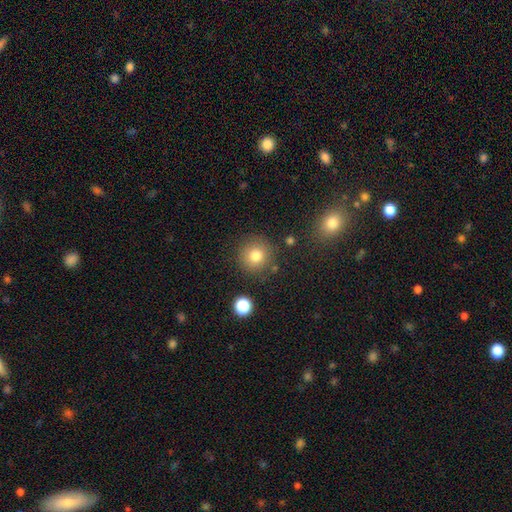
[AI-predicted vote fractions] smooth 80%, star or artifact 12%, featured or disk 8%. Down the decision tree: how rounded — round (94%); merging — none (85%).